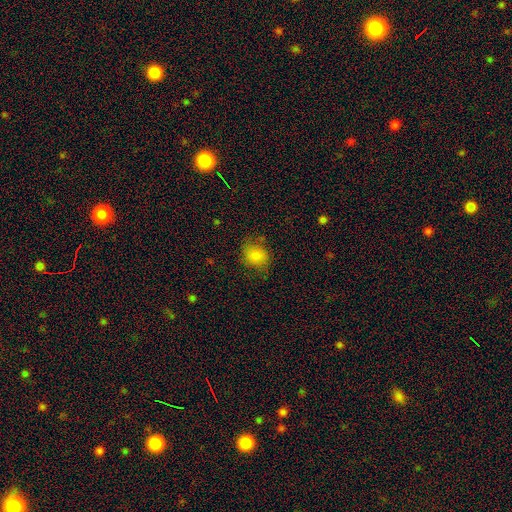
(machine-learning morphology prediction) Smooth or featured? Predicted: smooth (p=0.78). How rounded? Predicted: round (p=0.56). Merging? Predicted: none (p=0.70).